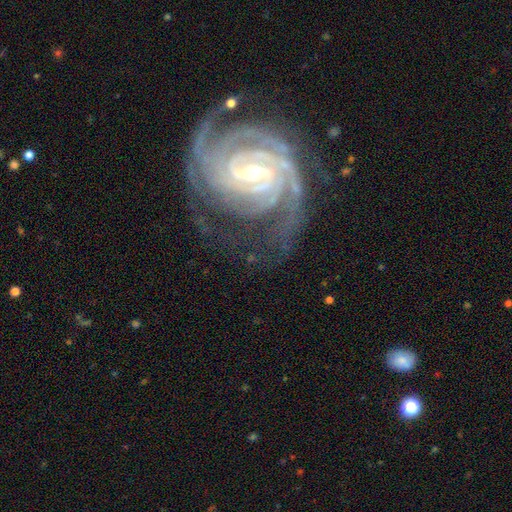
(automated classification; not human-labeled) A featured or disk galaxy (91%) with a strong bar (47%), 3 (28%) tight (78%) spiral arms (99%) and a small central bulge (58%).

Vote fractions:
- Smooth or featured? featured or disk: 91% / star or artifact: 5% / smooth: 3%
- Edge-on disk? no: 97% / yes: 3%
- Bar? strong: 47% / weak: 39% / no: 14%
- Spiral arms? yes: 99% / no: 1%
- Spiral winding? tight: 78% / medium: 20% / loose: 3%
- Spiral arm count? 3: 28% / 4: 24% / 2: 21% / can't tell: 13% / more than 4: 8% / 1: 7%
- Bulge size? small: 58% / moderate: 38% / large: 2% / none: 1% / dominant: 1%
- Merging? none: 71% / minor disturbance: 17% / major disturbance: 10% / merger: 2%